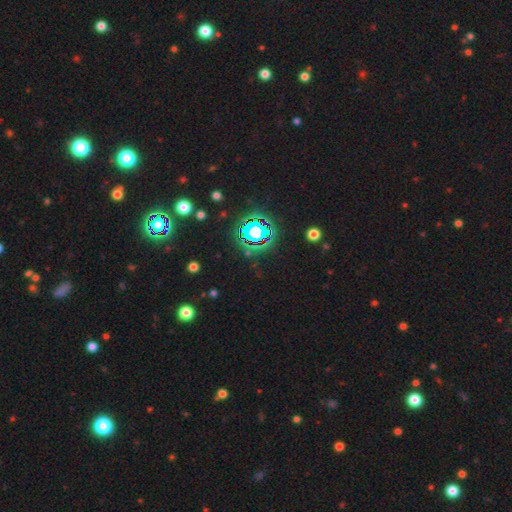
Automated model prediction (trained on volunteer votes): smooth-or-featured: star or artifact: 81% | smooth: 11% | featured or disk: 8%